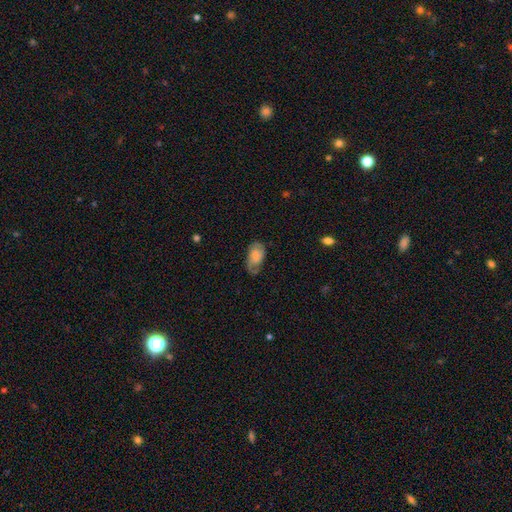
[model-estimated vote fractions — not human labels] Smooth or featured? smooth (60%)
How rounded? in between (92%)
Merging? none (53%)